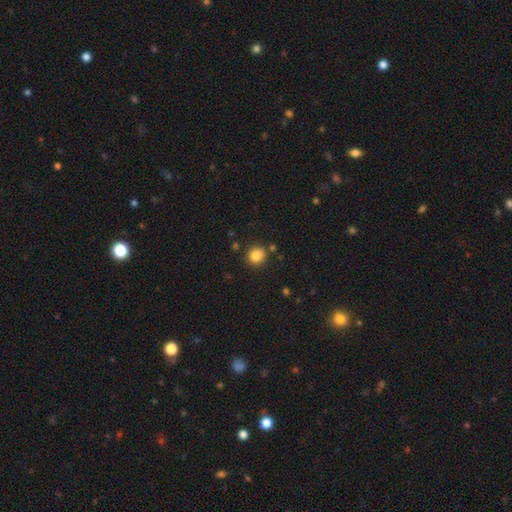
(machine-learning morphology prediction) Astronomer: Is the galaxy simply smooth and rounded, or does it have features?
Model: smooth — 84%.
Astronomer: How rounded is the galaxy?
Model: round — 84%.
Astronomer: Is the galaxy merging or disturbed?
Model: none — 84%.